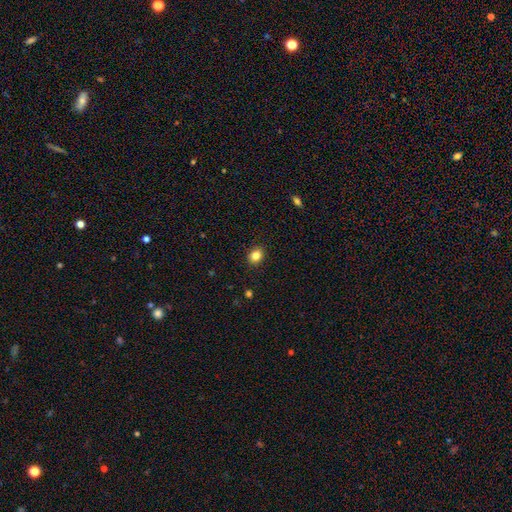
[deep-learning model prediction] This appears to be a smooth galaxy with no disk features (84%) that is round (60%). Merging: none (90%).